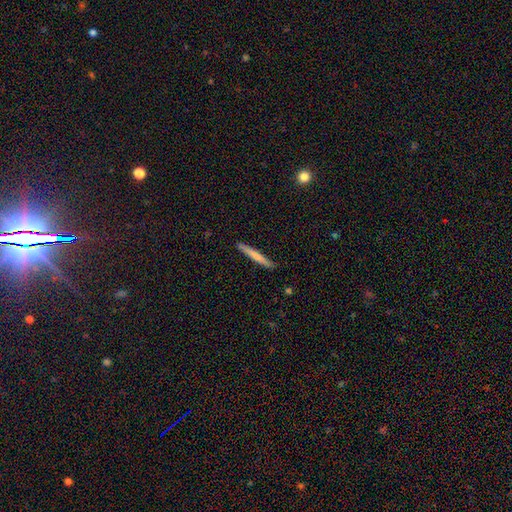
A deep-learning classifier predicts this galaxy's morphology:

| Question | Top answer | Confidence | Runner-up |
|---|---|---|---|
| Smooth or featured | smooth | 69% | featured or disk (26%) |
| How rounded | cigar-shaped | 96% | in between (2%) |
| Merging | none | 90% | minor disturbance (8%) |